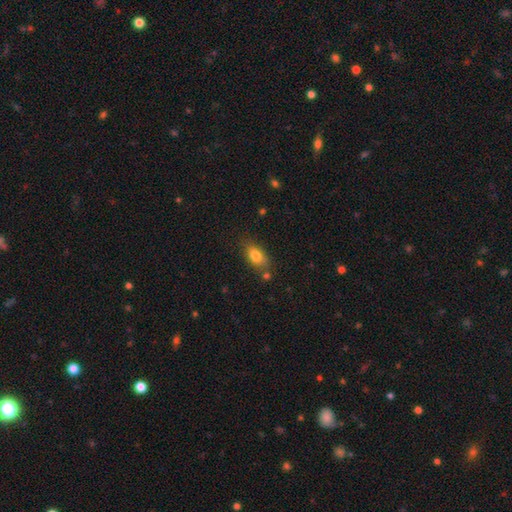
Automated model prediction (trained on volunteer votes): This appears to be a smooth galaxy with no disk features (80%) that is in between round and cigar-shaped (85%). Merging: none (72%).